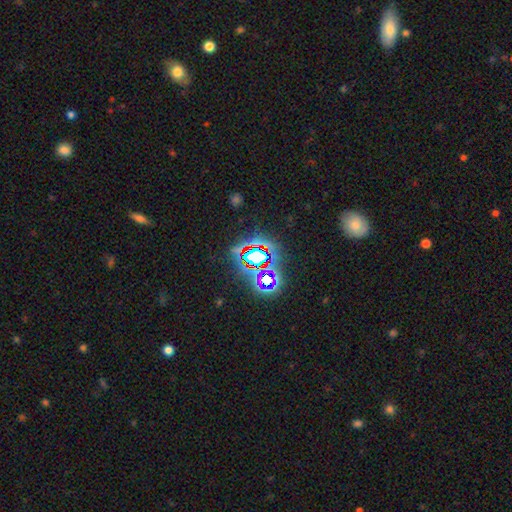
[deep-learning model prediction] Smooth or featured: star or artifact — 74% (smooth — 15%)